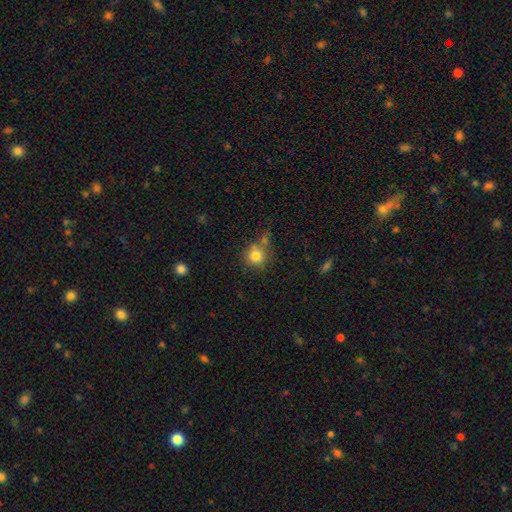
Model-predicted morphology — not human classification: Q: Smooth or featured?
A: smooth (80%); runner-up: star or artifact (11%)
Q: How rounded?
A: round (90%); runner-up: in between (9%)
Q: Merging?
A: none (64%); runner-up: merger (16%)